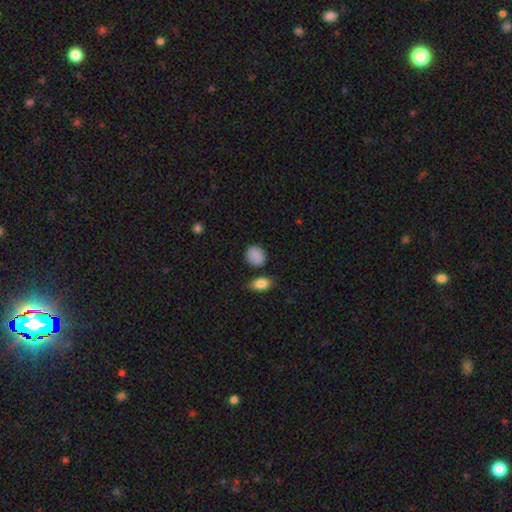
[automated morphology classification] The model was most divided on "how rounded": round: 62%, in between: 37%, cigar-shaped: 1%. More confident: smooth or featured — smooth (88%); merging — none (77%).